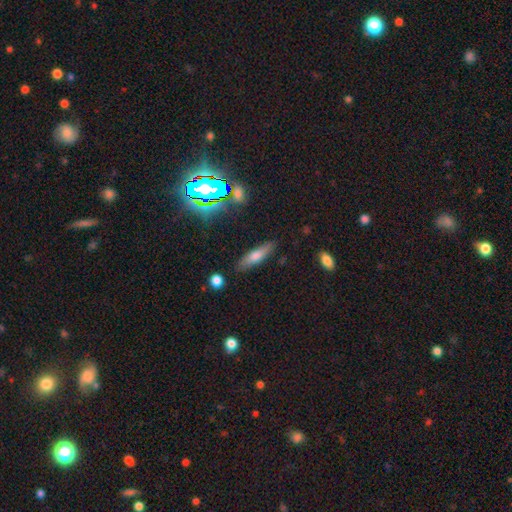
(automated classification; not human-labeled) A smooth galaxy with no disk features (59%) that is cigar-shaped (66%).

Vote fractions:
- Smooth or featured? smooth: 59% / featured or disk: 28% / star or artifact: 13%
- How rounded? cigar-shaped: 66% / in between: 31% / round: 3%
- Merging? none: 84% / minor disturbance: 11% / major disturbance: 3% / merger: 2%